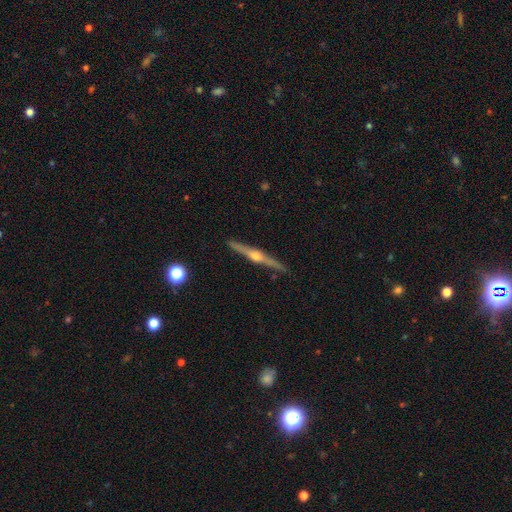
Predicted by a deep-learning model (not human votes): This appears to be a featured or disk galaxy (85%) viewed edge-on (98%) with a rounded central bulge (93%). Merging: none (92%).